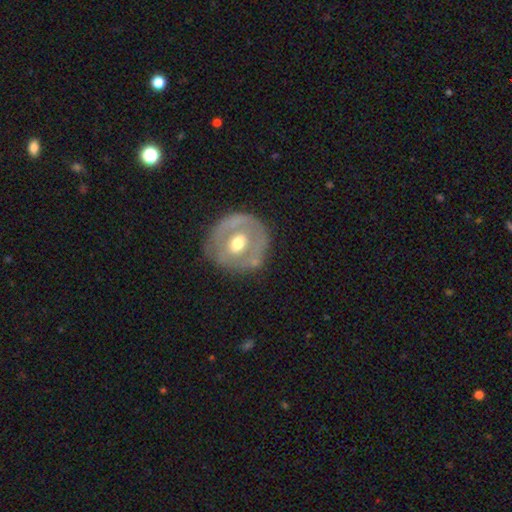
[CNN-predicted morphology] Smooth or featured: featured or disk — 59% (smooth — 35%)
Edge-on disk: no — 94% (yes — 6%)
Bar: no — 53% (weak — 33%)
Spiral arms: no — 77% (yes — 23%)
Bulge size: moderate — 78% (small — 13%)
Merging: none — 75% (minor disturbance — 16%)